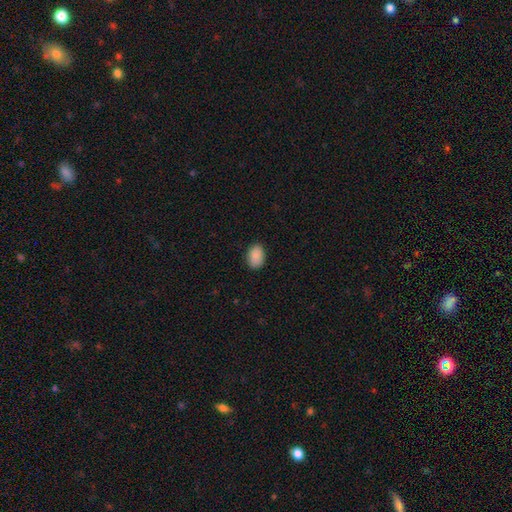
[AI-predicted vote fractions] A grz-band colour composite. It shows a smooth galaxy with no disk features (89%) that is in between round and cigar-shaped (86%). Merging: none (86%).